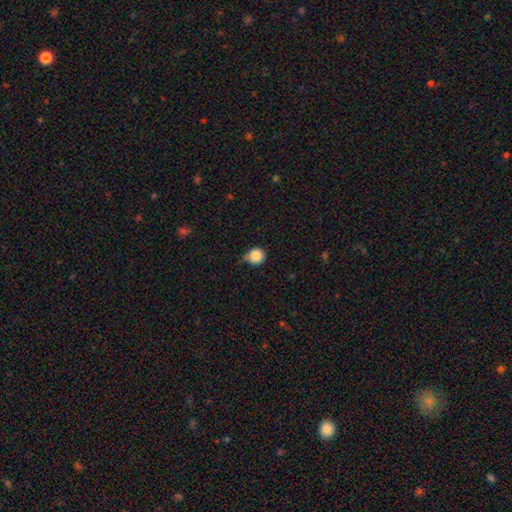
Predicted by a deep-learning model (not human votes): A smooth galaxy with no disk features (87%) that is round (90%).

Vote fractions:
- Smooth or featured? smooth: 87% / star or artifact: 9% / featured or disk: 3%
- How rounded? round: 90% / in between: 9% / cigar-shaped: 1%
- Merging? none: 62% / minor disturbance: 30% / major disturbance: 5% / merger: 3%